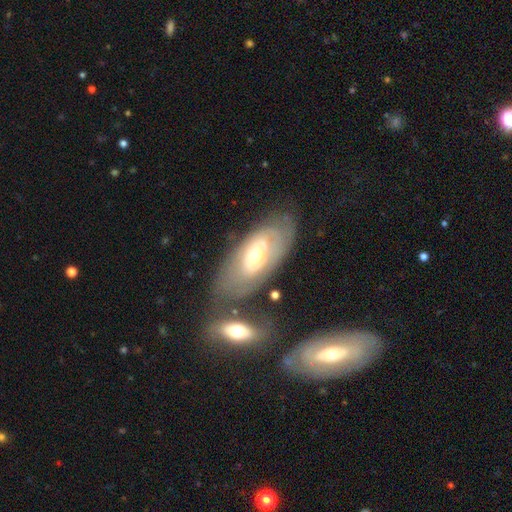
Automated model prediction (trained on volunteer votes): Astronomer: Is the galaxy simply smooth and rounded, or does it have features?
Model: featured or disk — 63%.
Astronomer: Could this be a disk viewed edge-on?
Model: no — 88%.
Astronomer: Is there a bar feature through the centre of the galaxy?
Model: no — 72%.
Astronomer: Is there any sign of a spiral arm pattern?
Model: yes — 59% (runner-up: no, 41%).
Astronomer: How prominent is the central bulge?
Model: moderate — 56% (runner-up: small, 38%).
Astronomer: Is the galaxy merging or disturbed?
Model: none — 60%.